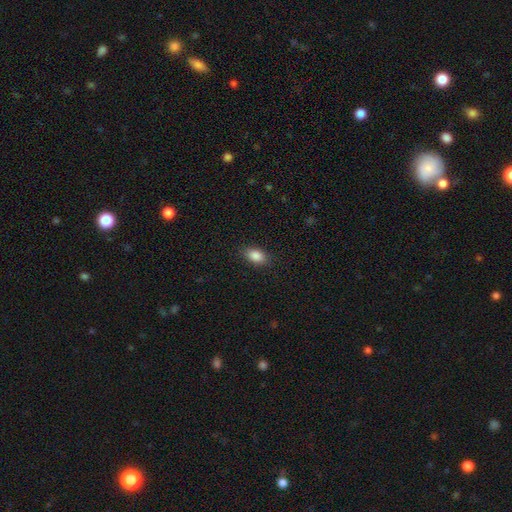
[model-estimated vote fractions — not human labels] smooth_or_featured: smooth (p=0.88) [alt: star or artifact p=0.08]
how_rounded: in between (p=0.89) [alt: round p=0.08]
merging: none (p=0.87) [alt: minor disturbance p=0.10]